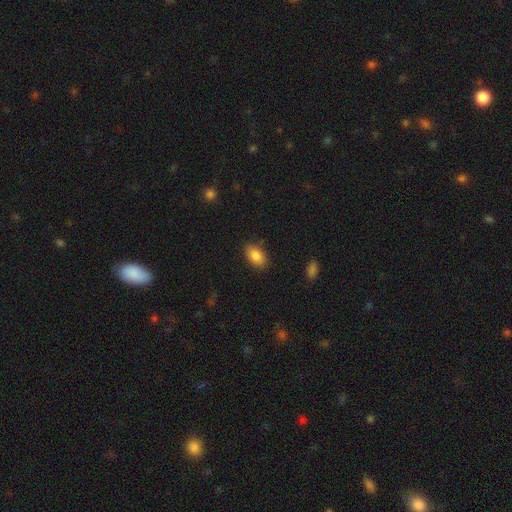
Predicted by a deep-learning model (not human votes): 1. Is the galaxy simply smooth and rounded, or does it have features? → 86% smooth, 7% star or artifact, 6% featured or disk.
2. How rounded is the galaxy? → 92% in between, 6% round, 2% cigar-shaped.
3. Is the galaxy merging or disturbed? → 85% none, 11% minor disturbance, 3% major disturbance, 1% merger.